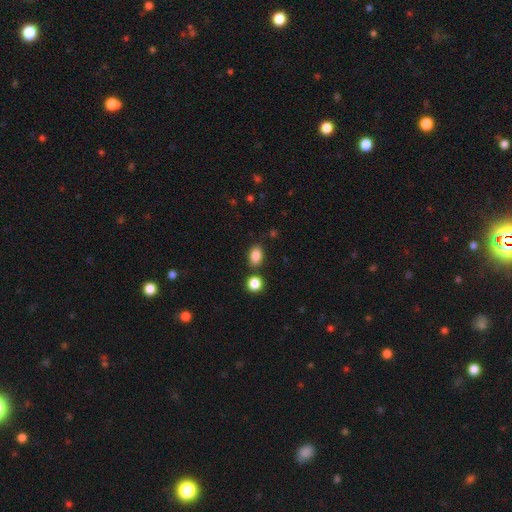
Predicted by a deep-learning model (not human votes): Morphology: type=smooth (86%); roundness=in between (81%); merging=none (78%).